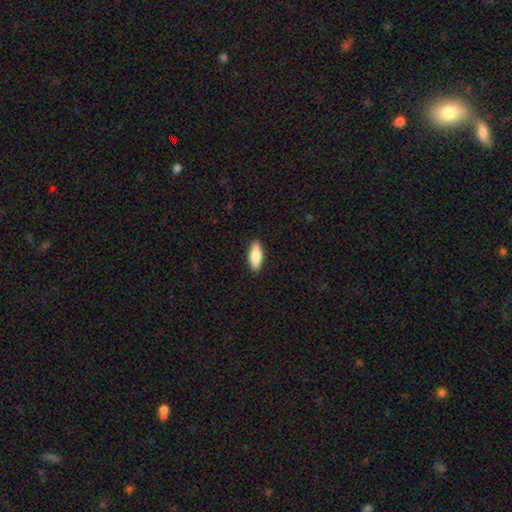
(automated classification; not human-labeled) Morphology: type=smooth (77%); roundness=in between (67%); merging=none (89%).